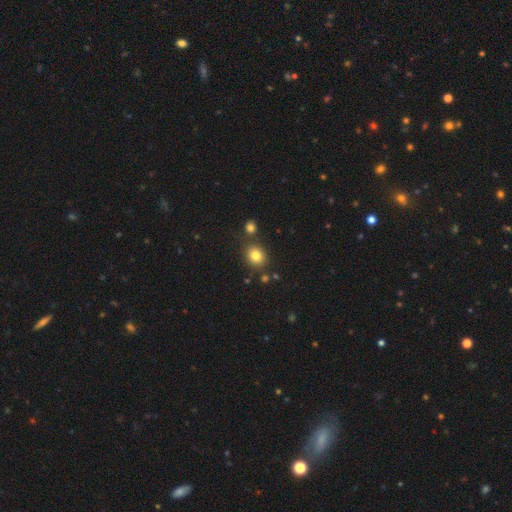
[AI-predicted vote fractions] Smooth or featured: smooth — 81% (star or artifact — 12%)
How rounded: round — 73% (in between — 26%)
Merging: none — 78% (merger — 10%)